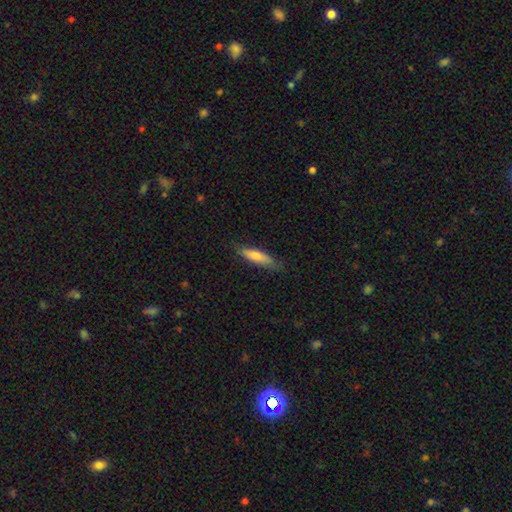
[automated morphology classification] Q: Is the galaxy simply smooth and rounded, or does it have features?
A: smooth — 71%.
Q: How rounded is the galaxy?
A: cigar-shaped — 76%.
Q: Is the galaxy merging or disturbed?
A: none — 79%.